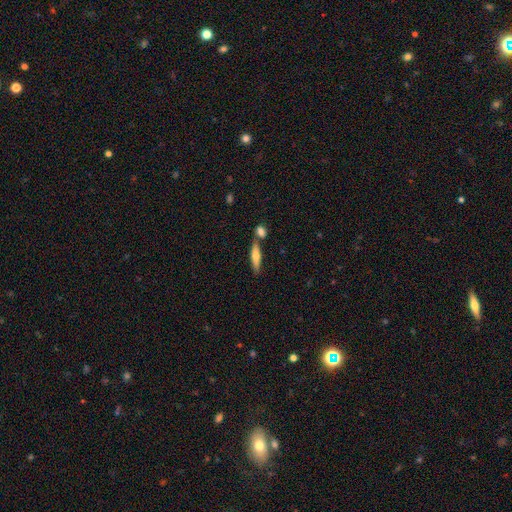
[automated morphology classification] A smooth galaxy with no disk features (62%) that is cigar-shaped (73%).

Vote fractions:
- Smooth or featured? smooth: 62% / featured or disk: 32% / star or artifact: 6%
- How rounded? cigar-shaped: 73% / in between: 25% / round: 2%
- Merging? none: 66% / merger: 20% / minor disturbance: 11% / major disturbance: 3%